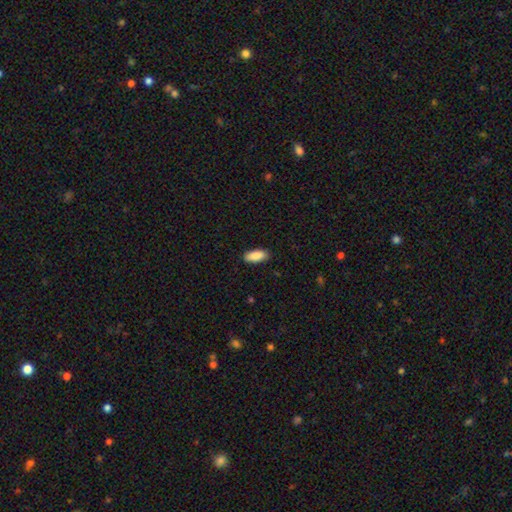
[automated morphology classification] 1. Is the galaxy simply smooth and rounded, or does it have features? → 90% smooth, 6% star or artifact, 4% featured or disk.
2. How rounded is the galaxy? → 87% in between, 12% cigar-shaped, 2% round.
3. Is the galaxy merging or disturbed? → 88% none, 9% minor disturbance, 2% major disturbance, 1% merger.